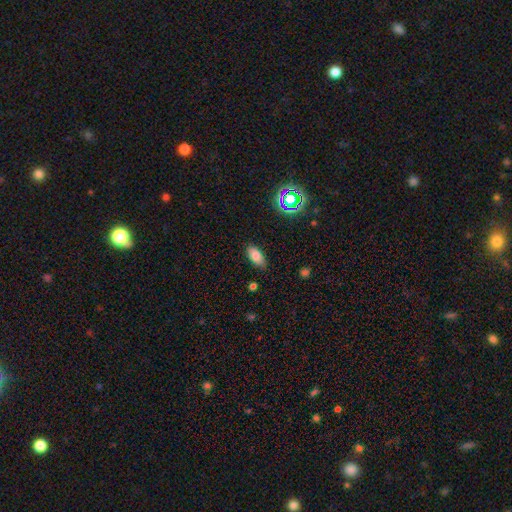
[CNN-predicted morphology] The model was most divided on "smooth or featured": smooth: 78%, star or artifact: 12%, featured or disk: 10%. More confident: how rounded — in between (90%); merging — none (82%).